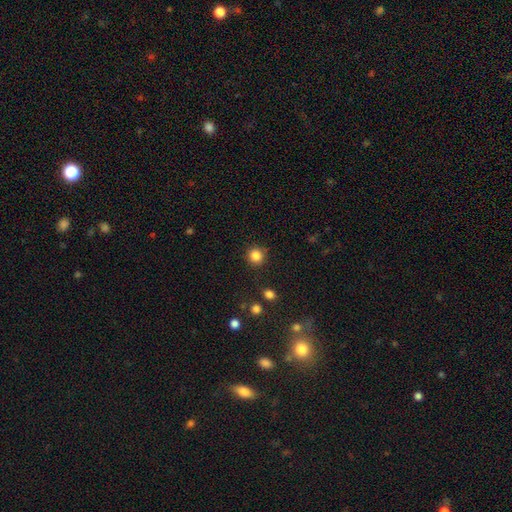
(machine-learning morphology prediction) type=smooth (84%); roundness=round (92%); merging=none (89%).